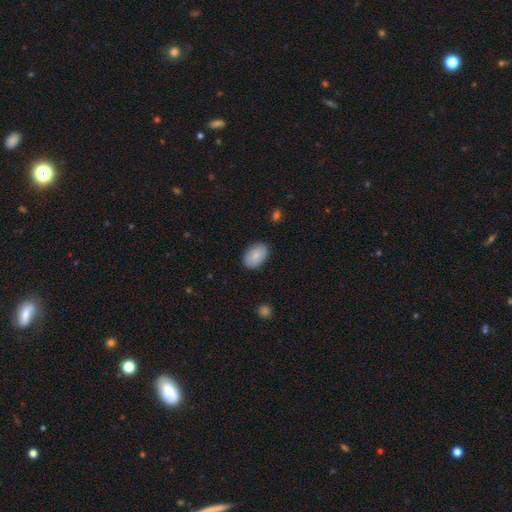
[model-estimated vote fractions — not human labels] Overall: smooth (82%). How rounded: in between (89%). Merging: none (86%).